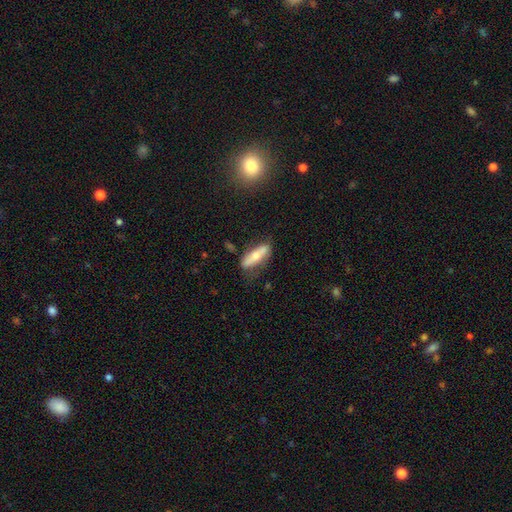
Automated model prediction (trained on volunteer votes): Smooth or featured? smooth (51%)
How rounded? cigar-shaped (51%)
Merging? none (67%)